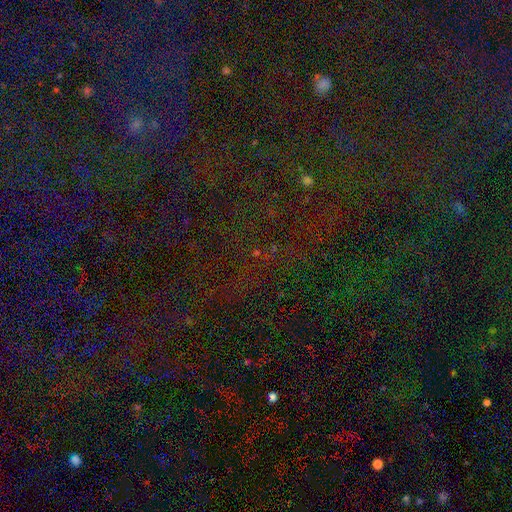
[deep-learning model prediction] Q: Smooth or featured?
A: star or artifact (80%); runner-up: smooth (12%)